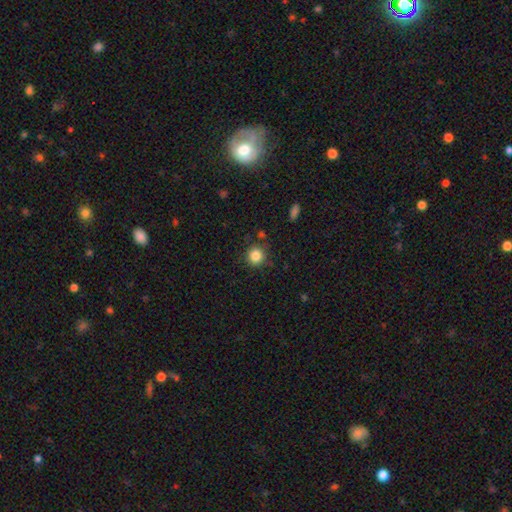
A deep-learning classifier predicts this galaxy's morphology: The model was most divided on "smooth or featured": smooth: 84%, star or artifact: 11%, featured or disk: 5%. More confident: how rounded — round (92%); merging — none (85%).